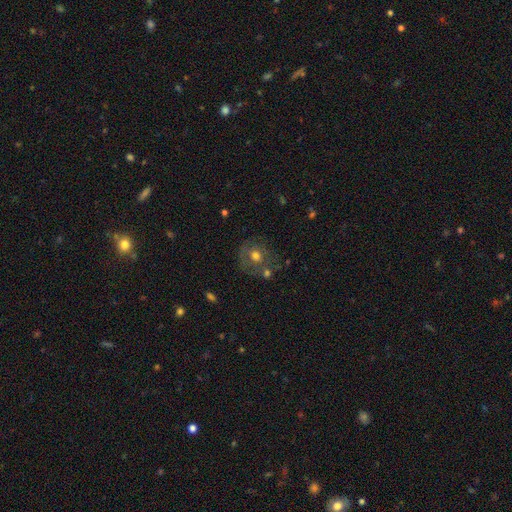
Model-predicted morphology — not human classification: Overall: smooth (53%; featured or disk 35%). How rounded: round (79%). Merging: none (59%).